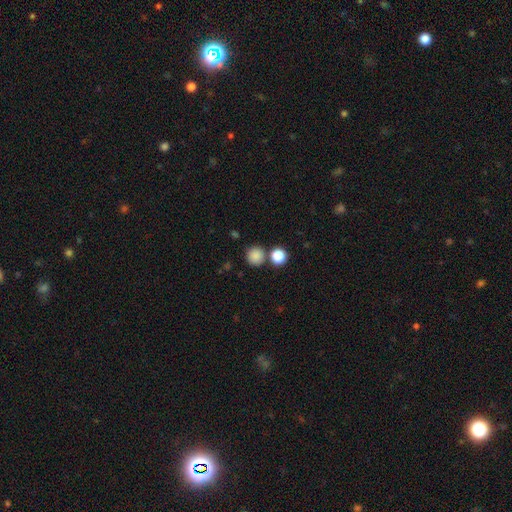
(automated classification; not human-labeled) Overall: smooth (85%). How rounded: round (93%). Merging: none (77%).